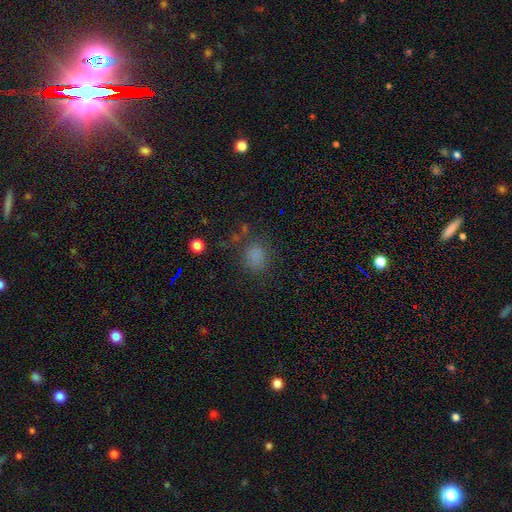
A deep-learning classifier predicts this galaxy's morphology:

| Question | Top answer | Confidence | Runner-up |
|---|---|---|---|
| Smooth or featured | smooth | 77% | star or artifact (17%) |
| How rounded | round | 75% | in between (24%) |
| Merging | none | 74% | minor disturbance (15%) |